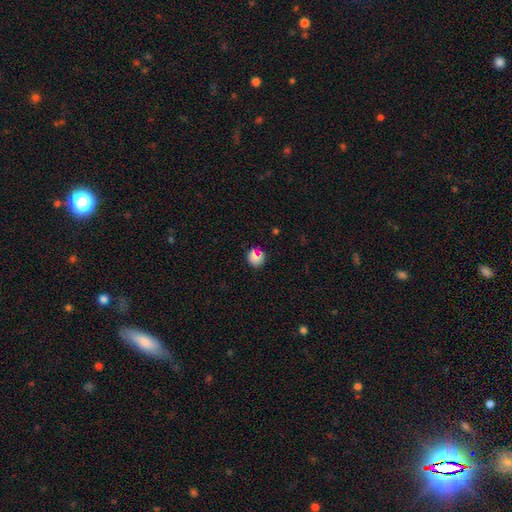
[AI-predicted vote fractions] Smooth or featured: smooth — 74% (star or artifact — 18%)
How rounded: round — 89% (in between — 9%)
Merging: none — 83% (minor disturbance — 11%)